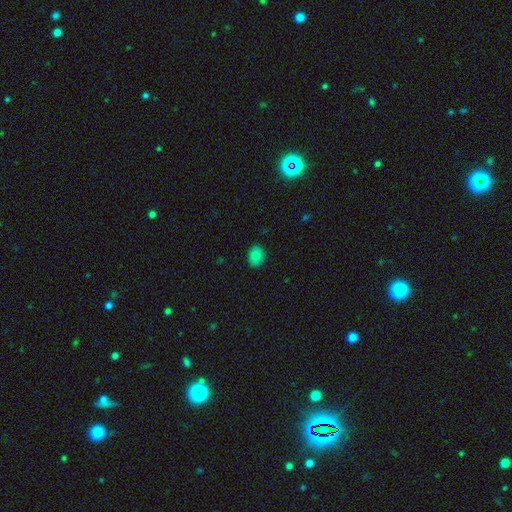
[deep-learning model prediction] Smooth or featured: smooth — 82% (star or artifact — 11%)
How rounded: in between — 51% (round — 49%)
Merging: none — 87% (minor disturbance — 10%)